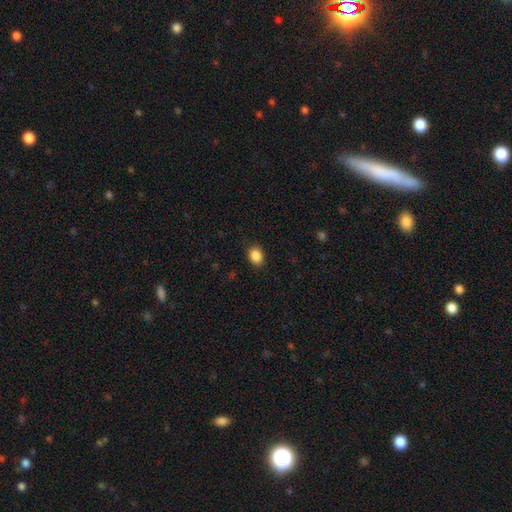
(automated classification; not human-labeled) This is clearly a smooth galaxy (88%). How rounded: likely in between (62%). Merging: clearly none (88%).